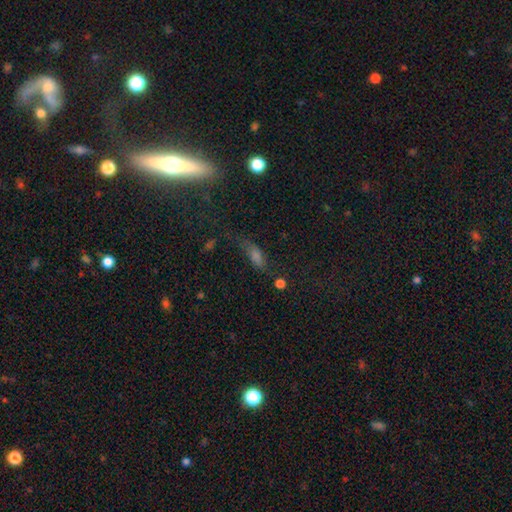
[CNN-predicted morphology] Q: Smooth or featured?
A: smooth (50%); runner-up: featured or disk (25%)
Q: How rounded?
A: in between (53%); runner-up: cigar-shaped (38%)
Q: Merging?
A: none (53%); runner-up: minor disturbance (23%)